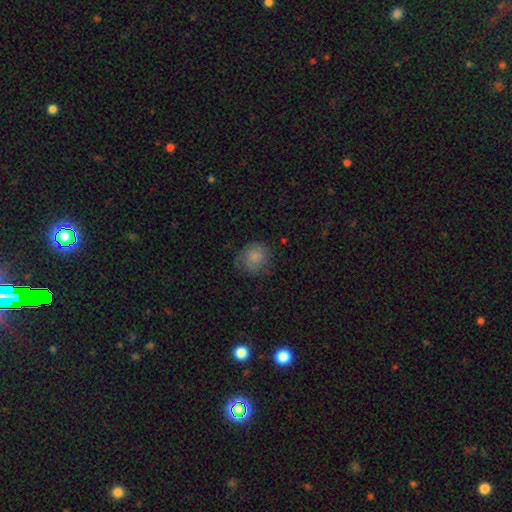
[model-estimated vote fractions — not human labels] Morphology: type=smooth (69%); roundness=round (80%); merging=none (73%).